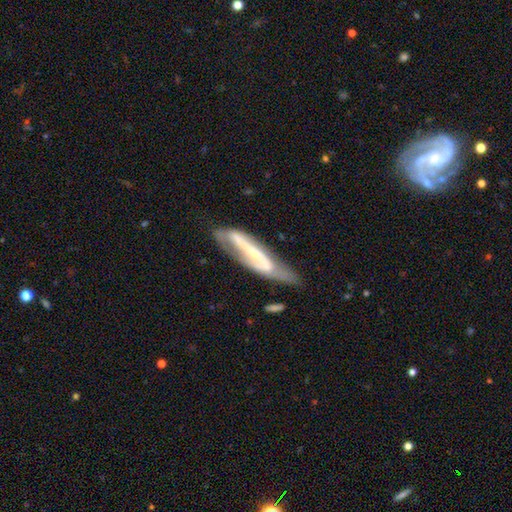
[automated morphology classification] Overall: featured or disk (70%). Edge-on disk: no (56%; yes 44%). Merging: none (54%; minor disturbance 27%).